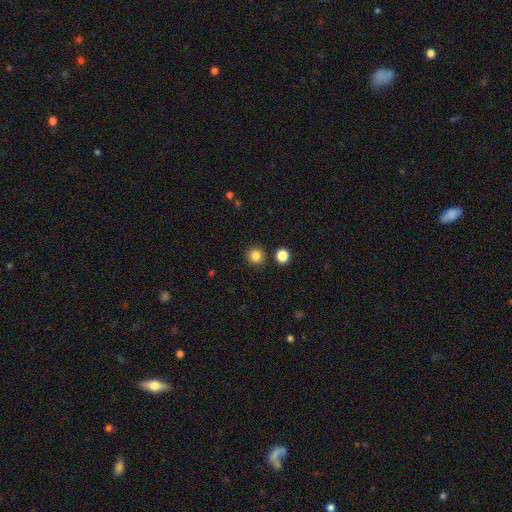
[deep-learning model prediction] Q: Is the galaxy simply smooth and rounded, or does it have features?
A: smooth — 84%.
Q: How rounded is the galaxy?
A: round — 94%.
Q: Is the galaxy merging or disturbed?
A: none — 90%.